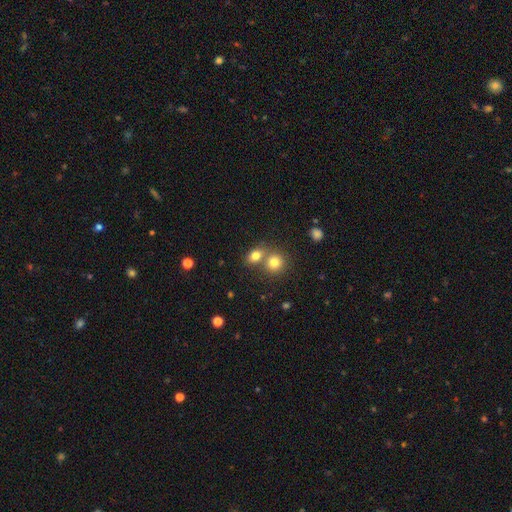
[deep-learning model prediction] Q: Smooth or featured?
A: smooth (78%); runner-up: star or artifact (12%)
Q: How rounded?
A: in between (61%); runner-up: round (38%)
Q: Merging?
A: none (46%); runner-up: merger (42%)